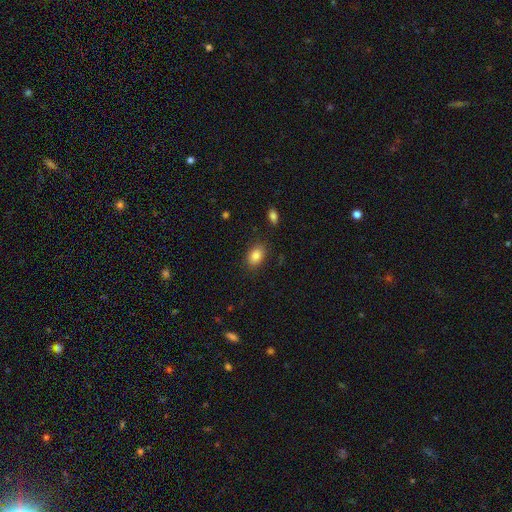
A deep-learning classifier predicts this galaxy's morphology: Smooth or featured? smooth (84%)
How rounded? in between (82%)
Merging? none (84%)